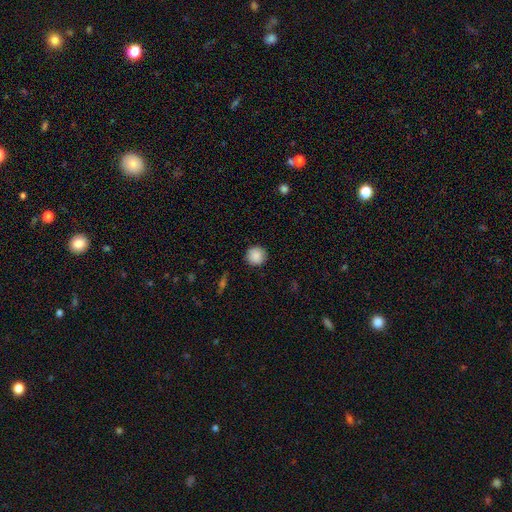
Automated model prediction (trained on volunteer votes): smooth_or_featured: smooth (p=0.88) [alt: star or artifact p=0.08]
how_rounded: round (p=0.94) [alt: in between p=0.05]
merging: none (p=0.91) [alt: minor disturbance p=0.06]